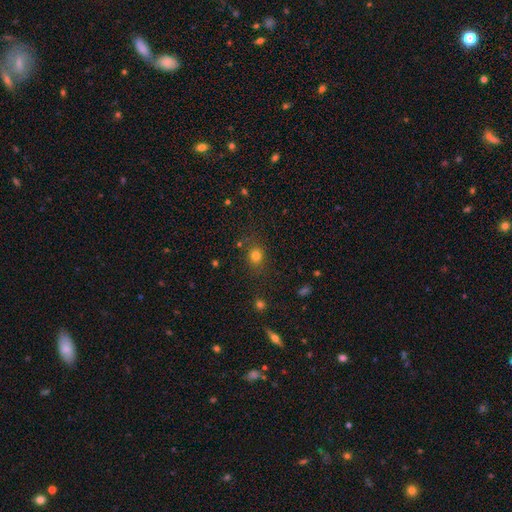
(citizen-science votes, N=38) Smooth or featured: smooth — 89% (featured or disk — 8%)
How rounded: round — 82% (in between — 18%)
Merging: none — 81% (major disturbance — 16%)